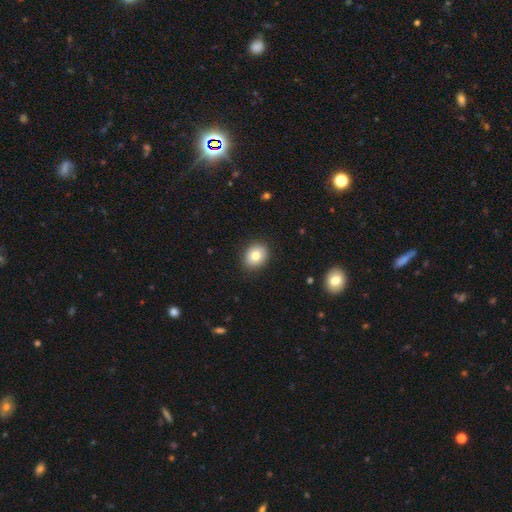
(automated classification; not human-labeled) Smooth or featured?
  - smooth: 80% *
  - featured or disk: 11%
  - star or artifact: 9%
How rounded?
  - round: 54% *
  - in between: 45%
  - cigar-shaped: 1%
Merging?
  - none: 89% *
  - minor disturbance: 8%
  - major disturbance: 2%
  - merger: 1%